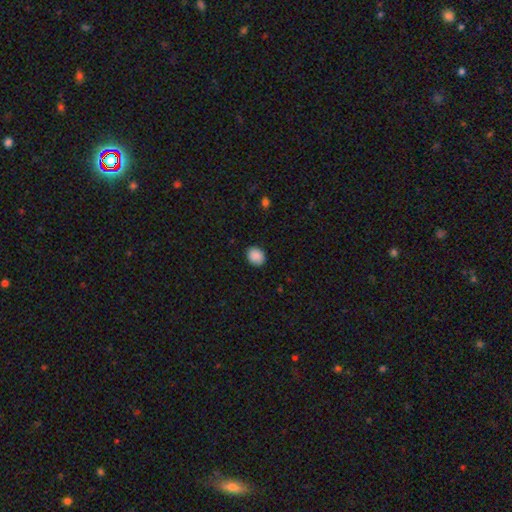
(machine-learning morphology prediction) Smooth or featured? Predicted: smooth (p=0.89). How rounded? Predicted: round (p=0.54). Merging? Predicted: none (p=0.89).